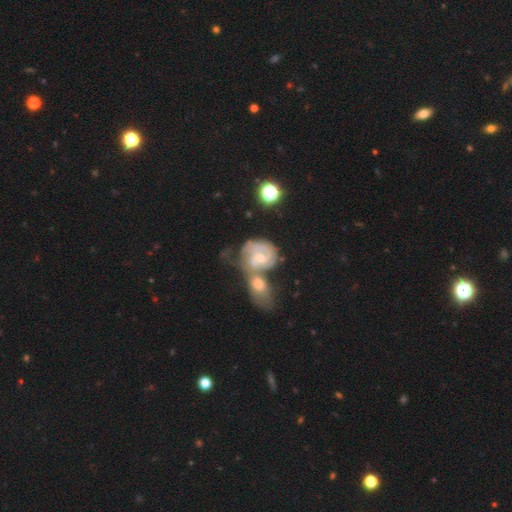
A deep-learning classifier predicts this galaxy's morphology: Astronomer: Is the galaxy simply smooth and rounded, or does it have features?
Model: featured or disk — 63%.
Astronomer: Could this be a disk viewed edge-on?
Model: no — 95%.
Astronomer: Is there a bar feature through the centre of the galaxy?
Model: no — 57% (runner-up: weak, 32%).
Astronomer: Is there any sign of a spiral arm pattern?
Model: yes — 77%.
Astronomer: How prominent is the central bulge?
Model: small — 54% (runner-up: moderate, 37%).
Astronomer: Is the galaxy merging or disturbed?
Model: merger — 55%.